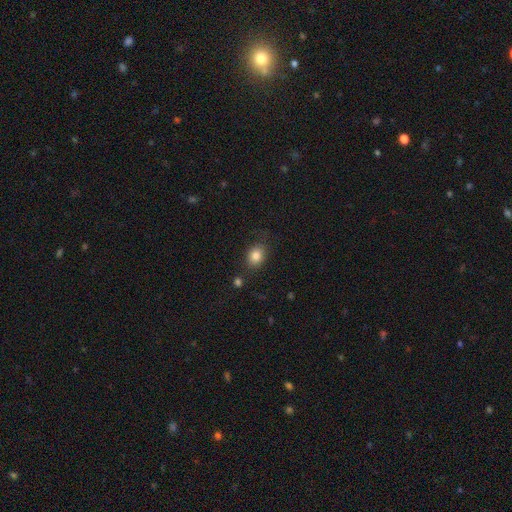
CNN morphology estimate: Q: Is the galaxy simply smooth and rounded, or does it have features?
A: smooth — 84%.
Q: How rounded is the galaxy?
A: in between — 56%.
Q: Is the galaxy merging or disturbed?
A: none — 78%.